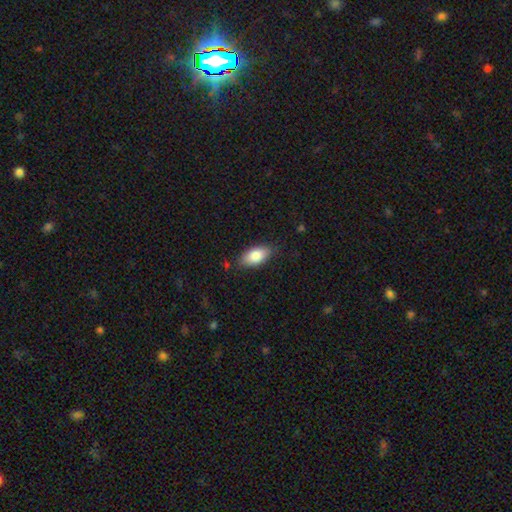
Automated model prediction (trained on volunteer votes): Q: Smooth or featured?
A: smooth (83%); runner-up: featured or disk (11%)
Q: How rounded?
A: in between (91%); runner-up: cigar-shaped (6%)
Q: Merging?
A: none (82%); runner-up: minor disturbance (14%)